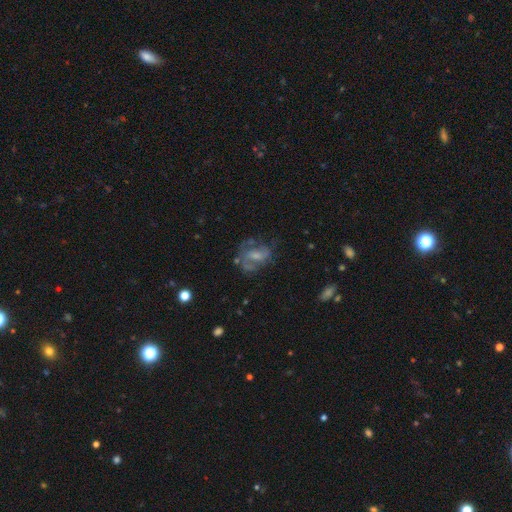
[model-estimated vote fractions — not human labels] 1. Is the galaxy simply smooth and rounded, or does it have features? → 64% featured or disk, 26% smooth, 10% star or artifact.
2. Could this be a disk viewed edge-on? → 97% no, 3% yes.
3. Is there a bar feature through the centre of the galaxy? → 46% no, 43% weak, 11% strong.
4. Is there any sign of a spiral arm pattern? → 71% yes, 29% no.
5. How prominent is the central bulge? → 36% small (tied), 36% moderate (tied), 21% none, 6% large, 1% dominant.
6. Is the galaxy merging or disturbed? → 49% none, 24% major disturbance, 23% minor disturbance, 4% merger.